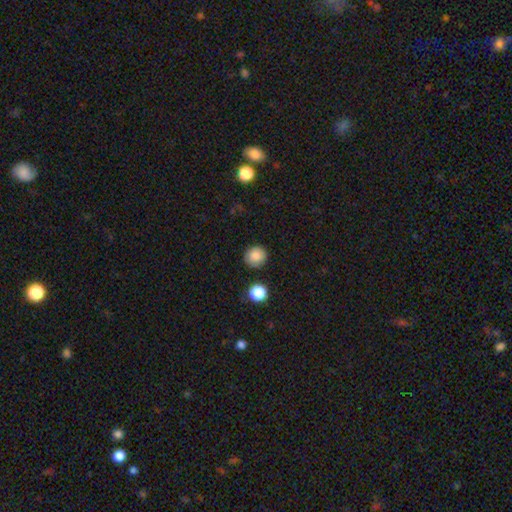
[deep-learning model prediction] smooth_or_featured: smooth (p=0.87) [alt: star or artifact p=0.10]
how_rounded: round (p=0.90) [alt: in between p=0.09]
merging: none (p=0.87) [alt: minor disturbance p=0.08]